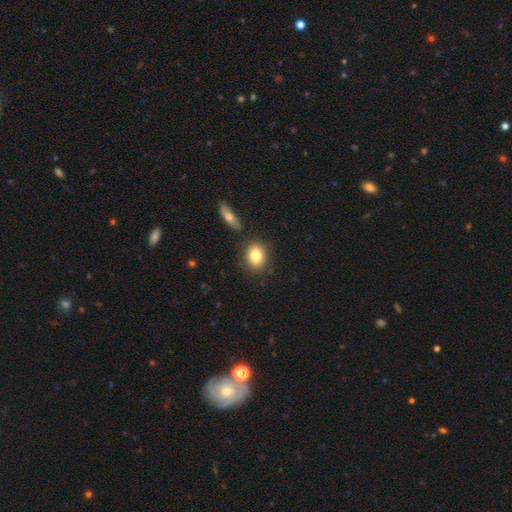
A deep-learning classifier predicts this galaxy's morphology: smooth_or_featured: smooth (p=0.80) [alt: featured or disk p=0.11]
how_rounded: in between (p=0.54) [alt: round p=0.44]
merging: none (p=0.80) [alt: minor disturbance p=0.10]